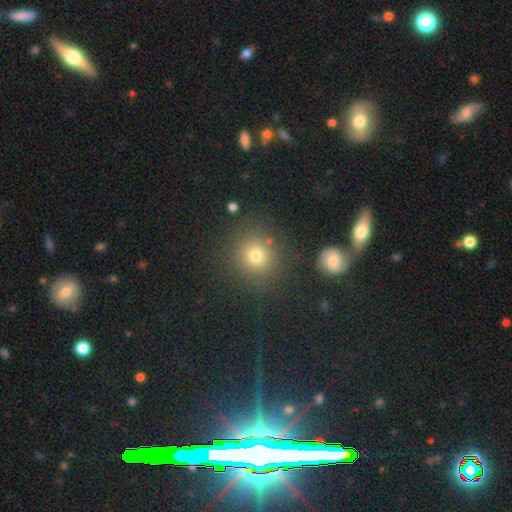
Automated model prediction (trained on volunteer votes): Overall: smooth (75%). How rounded: round (87%). Merging: none (82%).